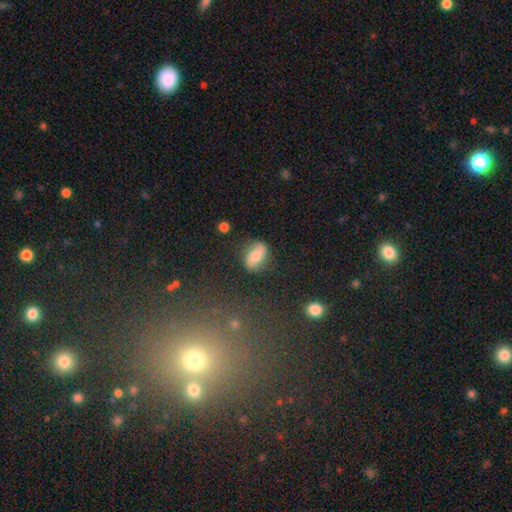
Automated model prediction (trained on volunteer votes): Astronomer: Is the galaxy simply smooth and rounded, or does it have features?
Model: smooth — 55% (runner-up: featured or disk, 36%).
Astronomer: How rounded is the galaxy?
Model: in between — 77%.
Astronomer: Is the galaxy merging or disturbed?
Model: none — 76%.